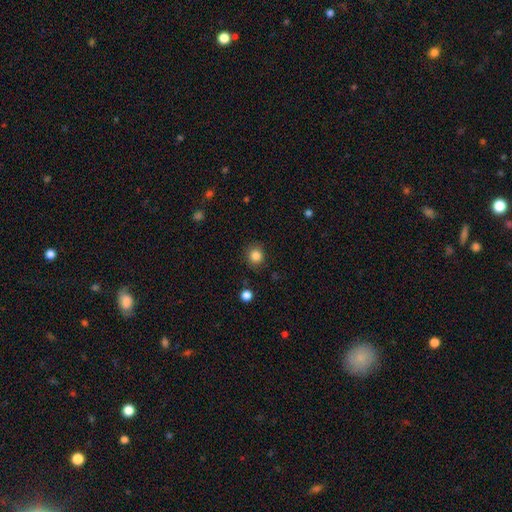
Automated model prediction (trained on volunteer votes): smooth 85%, star or artifact 11%, featured or disk 5%. Down the decision tree: how rounded — round (87%); merging — none (86%).